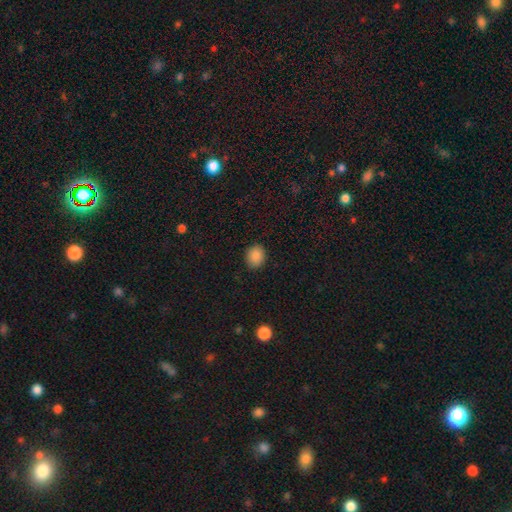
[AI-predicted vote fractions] smooth 88%, star or artifact 9%, featured or disk 3%. Down the decision tree: how rounded — round (57%); merging — none (89%).